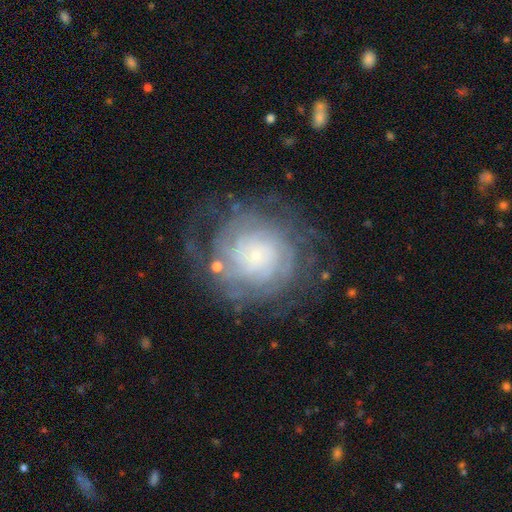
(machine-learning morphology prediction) featured or disk 78%, smooth 14%, star or artifact 8%. Down the decision tree: edge-on disk — no (97%); bar — no (79%); spiral arms — yes (93%); spiral arm count — can't tell (39%); spiral winding — tight (73%); bulge size — small (82%); merging — none (69%).